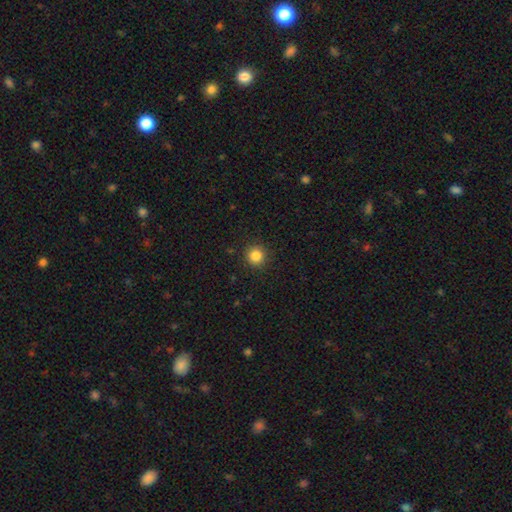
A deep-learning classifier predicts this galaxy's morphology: smooth-or-featured: smooth: 85% | star or artifact: 11% | featured or disk: 4%
  how-rounded: round: 94% | in between: 5% | cigar-shaped: 1%
  merging: none: 91% | minor disturbance: 6% | major disturbance: 2% | merger: 1%